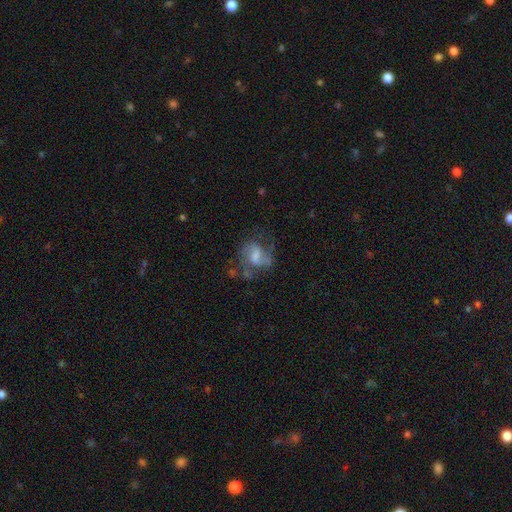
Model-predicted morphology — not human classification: type=featured or disk (63%); edge-on=no (97%); bar=weak (52%); spiral arms=yes (80%); bulge=moderate (36%); merging=none (44%).